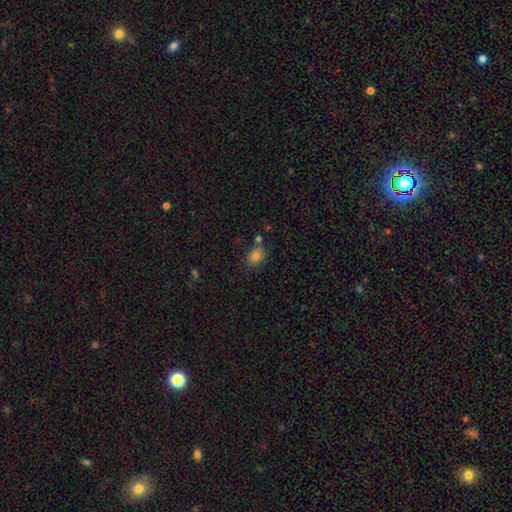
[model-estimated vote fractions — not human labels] This is clearly a smooth galaxy (80%). How rounded: likely in between (69%). Merging: likely none (69%).